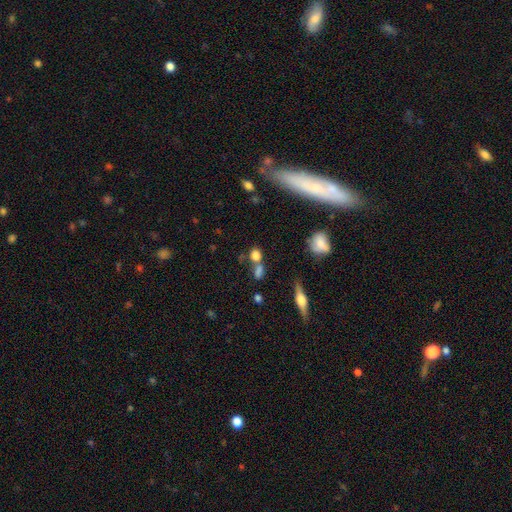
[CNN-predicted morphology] Smooth or featured?
  - smooth: 75% *
  - star or artifact: 14%
  - featured or disk: 11%
How rounded?
  - round: 59% *
  - in between: 36%
  - cigar-shaped: 5%
Merging?
  - none: 50% *
  - merger: 34%
  - minor disturbance: 11%
  - major disturbance: 5%